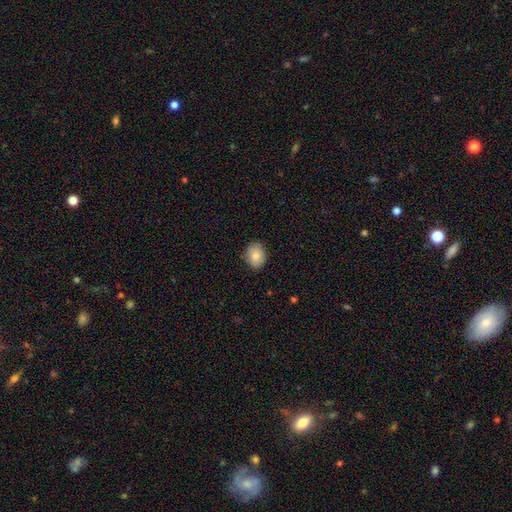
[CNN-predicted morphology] smooth_or_featured: smooth (p=0.82) [alt: featured or disk p=0.10]
how_rounded: in between (p=0.61) [alt: round p=0.38]
merging: none (p=0.84) [alt: minor disturbance p=0.13]